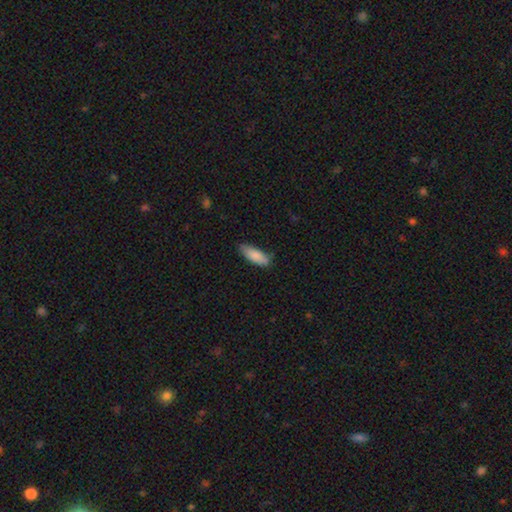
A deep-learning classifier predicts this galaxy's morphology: This is clearly a smooth galaxy (87%). How rounded: likely in between (72%). Merging: likely none (75%).